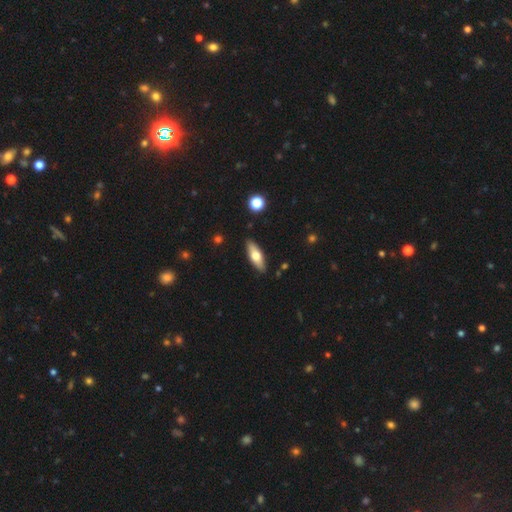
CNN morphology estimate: Smooth or featured?
  - smooth: 59% *
  - featured or disk: 35%
  - star or artifact: 6%
How rounded?
  - in between: 56% *
  - cigar-shaped: 41%
  - round: 3%
Merging?
  - none: 88% *
  - minor disturbance: 8%
  - major disturbance: 2%
  - merger: 2%